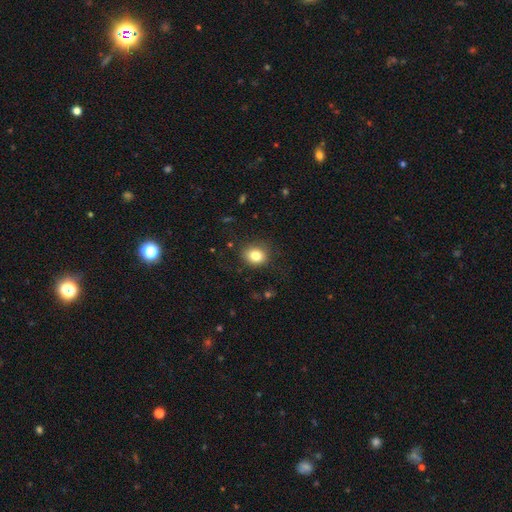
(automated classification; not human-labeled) A smooth galaxy with no disk features (81%) that is round (63%). Merging: none (85%).